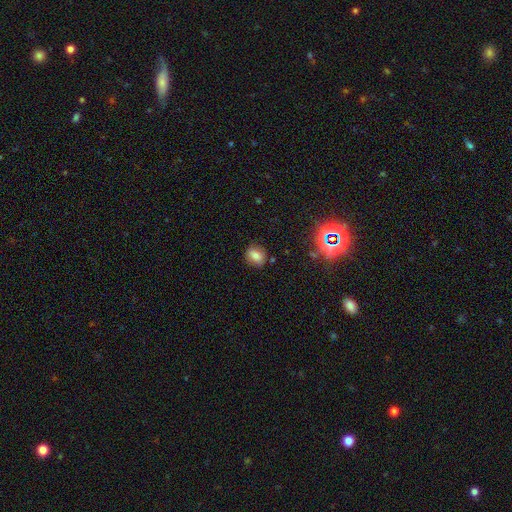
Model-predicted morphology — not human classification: smooth-or-featured: smooth: 74% | star or artifact: 16% | featured or disk: 10%
  how-rounded: round: 54% | in between: 44% | cigar-shaped: 2%
  merging: none: 81% | minor disturbance: 14% | major disturbance: 3% | merger: 2%